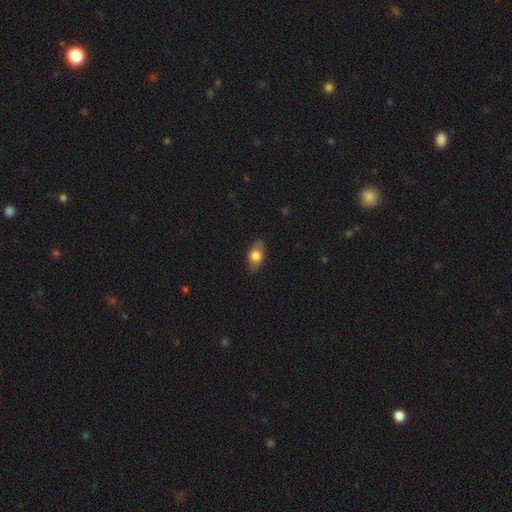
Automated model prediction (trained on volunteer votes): The model was most divided on "smooth or featured": smooth: 74%, featured or disk: 19%, star or artifact: 7%. More confident: how rounded — in between (87%); merging — none (85%).